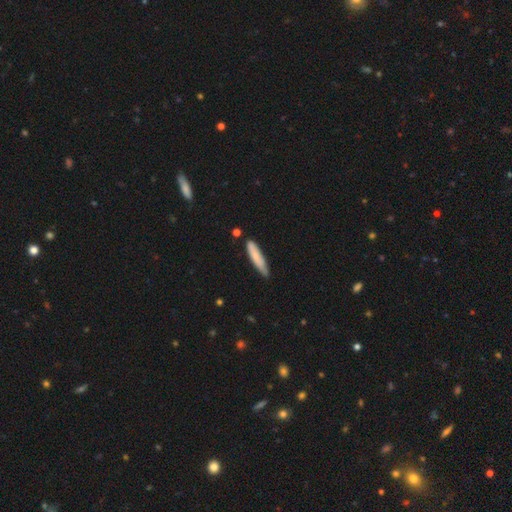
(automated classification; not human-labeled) A smooth galaxy with no disk features (79%) that is cigar-shaped (85%). Merging: none (71%).